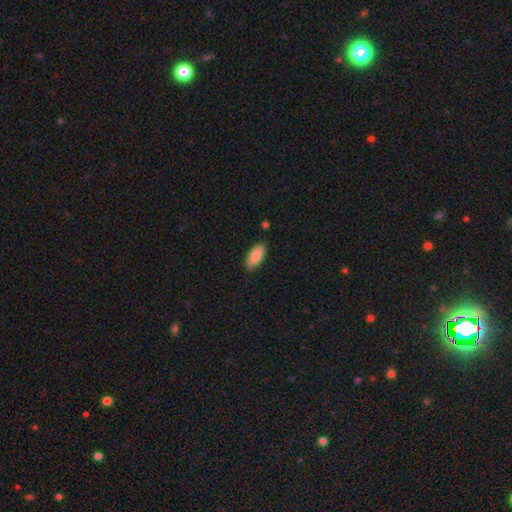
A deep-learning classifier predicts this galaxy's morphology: A smooth galaxy with no disk features (88%) that is in between round and cigar-shaped (90%).

Vote fractions:
- Smooth or featured? smooth: 88% / star or artifact: 6% / featured or disk: 6%
- How rounded? in between: 90% / cigar-shaped: 8% / round: 2%
- Merging? none: 83% / minor disturbance: 13% / major disturbance: 2% / merger: 2%